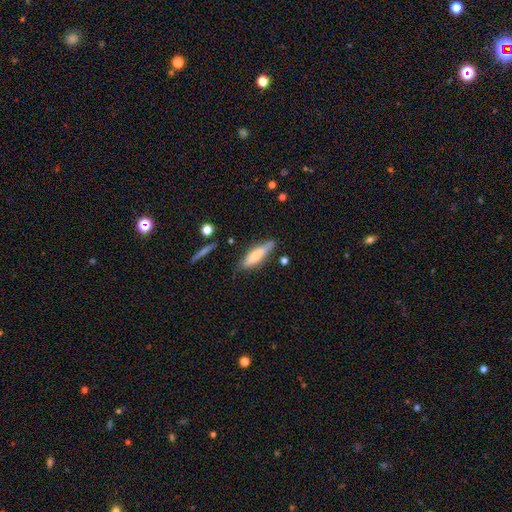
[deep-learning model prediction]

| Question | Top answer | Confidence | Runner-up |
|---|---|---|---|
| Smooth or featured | smooth | 69% | featured or disk (24%) |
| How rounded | cigar-shaped | 68% | in between (30%) |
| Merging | none | 71% | minor disturbance (21%) |